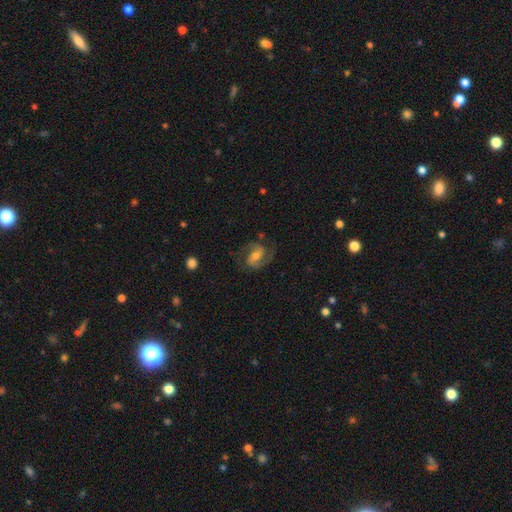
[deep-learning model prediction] Morphology: type=featured or disk (87%); edge-on=no (98%); bar=weak (46%); spiral arms=yes (97%); winding=medium (60%); arm count=2 (92%); bulge=moderate (54%); merging=none (79%).